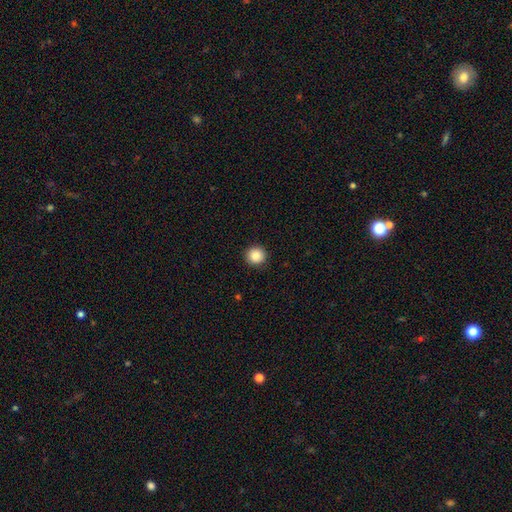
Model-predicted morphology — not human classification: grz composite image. It shows a smooth galaxy with no disk features (88%) that is round (95%). Merging: none (93%).